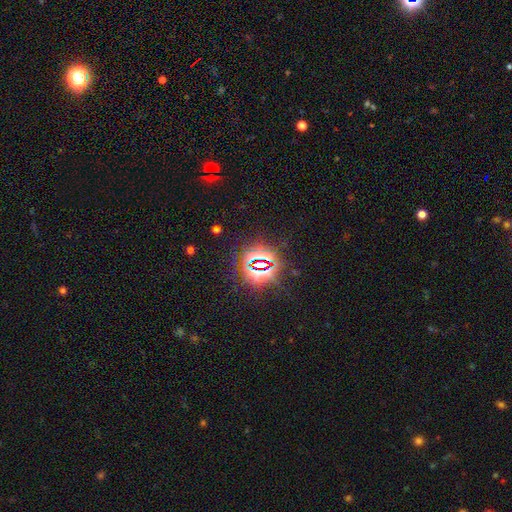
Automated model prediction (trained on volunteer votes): The model was most divided on "smooth or featured": star or artifact: 80%, smooth: 12%, featured or disk: 8%.